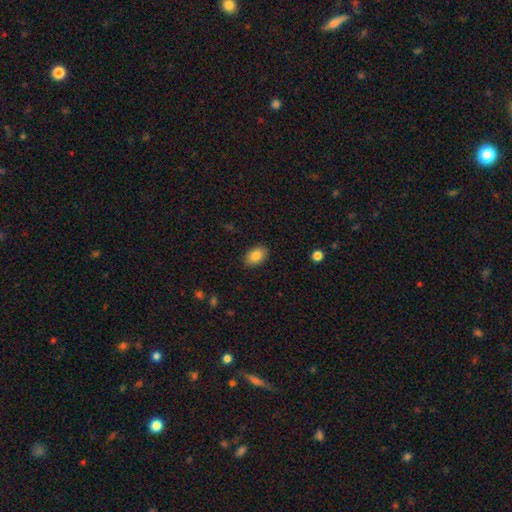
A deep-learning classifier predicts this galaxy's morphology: smooth_or_featured: smooth (p=0.84) [alt: featured or disk p=0.08]
how_rounded: in between (p=0.86) [alt: round p=0.13]
merging: none (p=0.87) [alt: minor disturbance p=0.10]